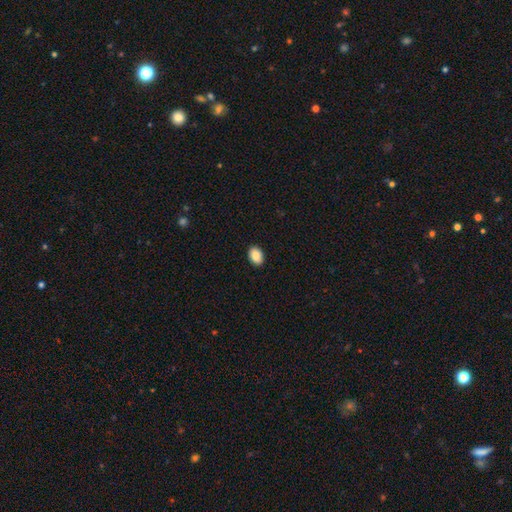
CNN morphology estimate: Smooth or featured?
  - smooth: 89% *
  - star or artifact: 7%
  - featured or disk: 4%
How rounded?
  - in between: 80% *
  - round: 19%
  - cigar-shaped: 1%
Merging?
  - none: 91% *
  - minor disturbance: 6%
  - major disturbance: 2%
  - merger: 1%